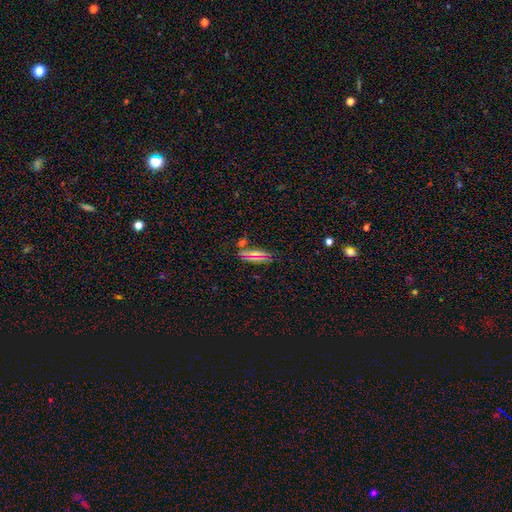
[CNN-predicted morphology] smooth 59%, star or artifact 25%, featured or disk 15%. Down the decision tree: how rounded — in between (71%); merging — none (71%).